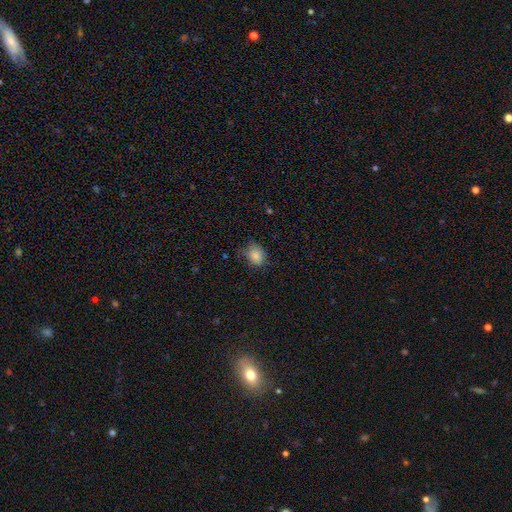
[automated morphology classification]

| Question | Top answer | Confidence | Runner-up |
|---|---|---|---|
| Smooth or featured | smooth | 84% | star or artifact (10%) |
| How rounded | in between | 51% | round (48%) |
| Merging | none | 67% | minor disturbance (26%) |